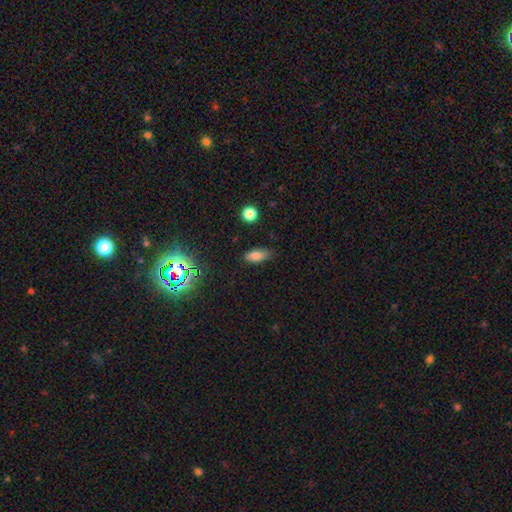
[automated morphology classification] smooth_or_featured: smooth (p=0.78) [alt: star or artifact p=0.13]
how_rounded: in between (p=0.79) [alt: cigar-shaped p=0.16]
merging: none (p=0.79) [alt: minor disturbance p=0.16]